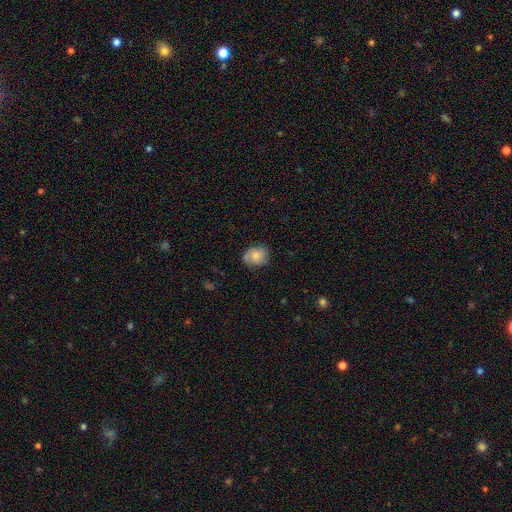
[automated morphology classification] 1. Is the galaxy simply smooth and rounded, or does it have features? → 72% smooth, 20% featured or disk, 8% star or artifact.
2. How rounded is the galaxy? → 57% round, 42% in between, 1% cigar-shaped.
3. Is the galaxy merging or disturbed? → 71% none, 23% minor disturbance, 5% major disturbance, 1% merger.